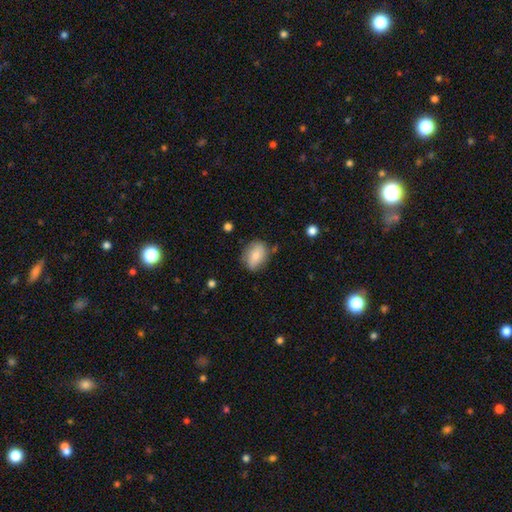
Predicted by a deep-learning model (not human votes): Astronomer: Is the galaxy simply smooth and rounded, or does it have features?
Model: smooth — 73%.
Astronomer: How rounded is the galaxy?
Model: in between — 70%.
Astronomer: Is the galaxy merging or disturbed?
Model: none — 73%.